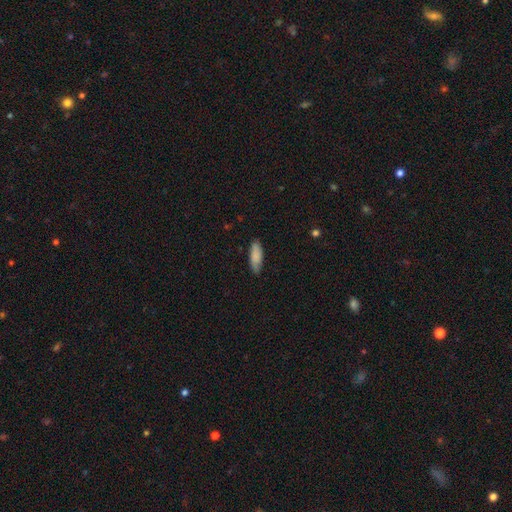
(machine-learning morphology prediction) Q: Smooth or featured?
A: smooth (82%); runner-up: featured or disk (11%)
Q: How rounded?
A: in between (63%); runner-up: cigar-shaped (36%)
Q: Merging?
A: none (75%); runner-up: minor disturbance (20%)